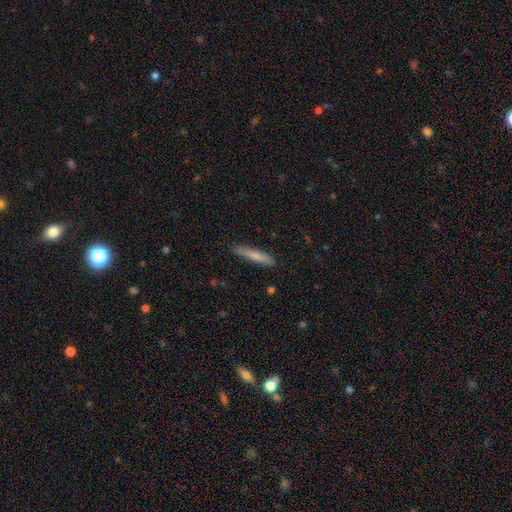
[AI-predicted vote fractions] Smooth or featured: smooth — 73% (featured or disk — 21%)
How rounded: cigar-shaped — 93% (in between — 6%)
Merging: none — 87% (minor disturbance — 10%)